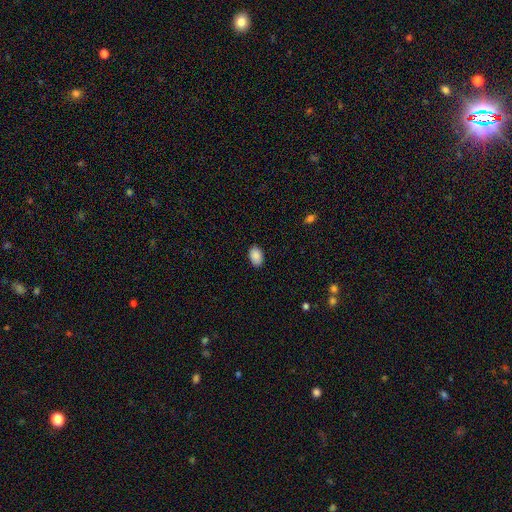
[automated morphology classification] Smooth or featured? Predicted: smooth (p=0.89). How rounded? Predicted: in between (p=0.90). Merging? Predicted: none (p=0.88).